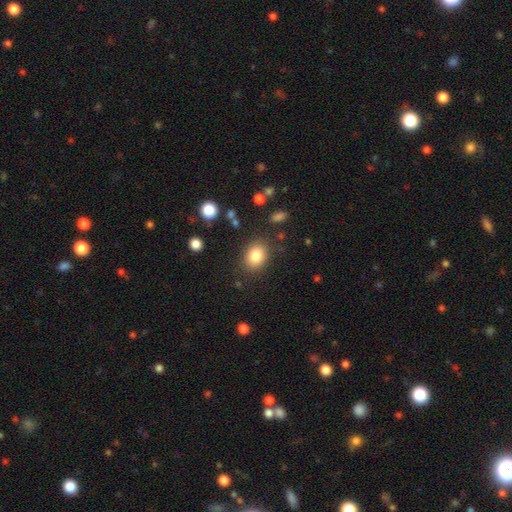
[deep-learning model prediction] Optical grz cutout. It shows a smooth galaxy with no disk features (83%) that is in between round and cigar-shaped (58%). Merging: none (84%).